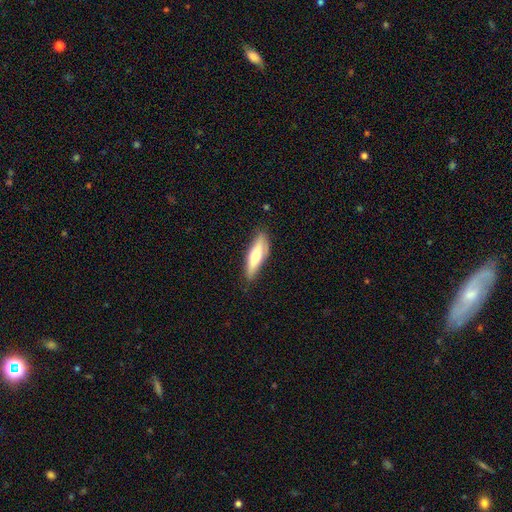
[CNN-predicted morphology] Overall: smooth (63%; featured or disk 31%). How rounded: cigar-shaped (62%; in between 37%). Merging: none (79%).